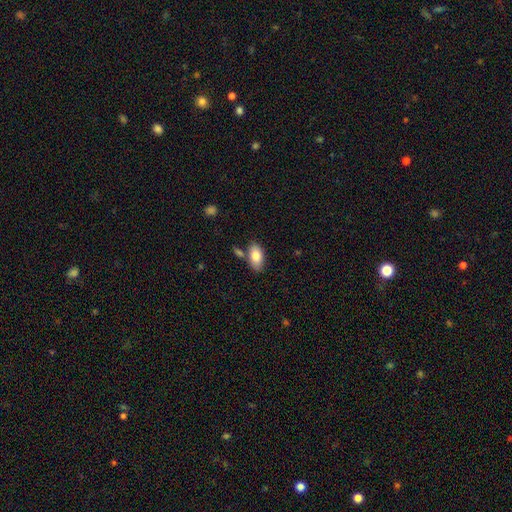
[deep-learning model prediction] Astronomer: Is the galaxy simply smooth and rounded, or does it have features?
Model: smooth — 81%.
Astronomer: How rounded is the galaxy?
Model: in between — 93%.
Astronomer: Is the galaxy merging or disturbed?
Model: none — 73%.